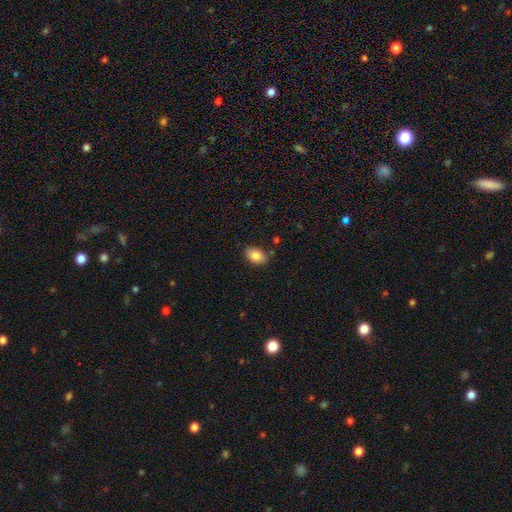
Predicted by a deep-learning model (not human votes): A smooth galaxy with no disk features (86%) that is in between round and cigar-shaped (88%).

Vote fractions:
- Smooth or featured? smooth: 86% / star or artifact: 7% / featured or disk: 7%
- How rounded? in between: 88% / round: 10% / cigar-shaped: 1%
- Merging? none: 83% / minor disturbance: 12% / merger: 3% / major disturbance: 3%